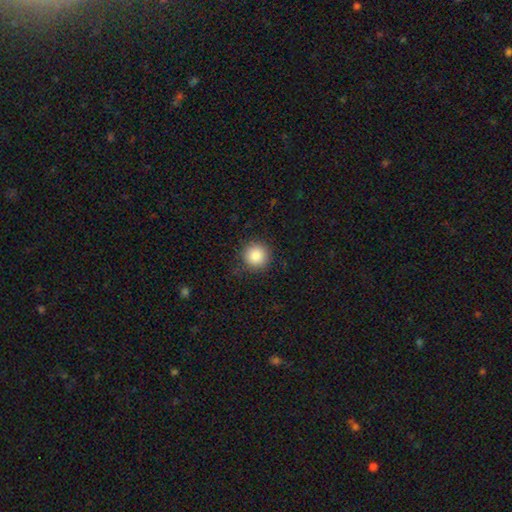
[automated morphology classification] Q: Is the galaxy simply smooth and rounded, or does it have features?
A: smooth — 86%.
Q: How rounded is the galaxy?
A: round — 95%.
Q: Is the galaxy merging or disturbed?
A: none — 85%.